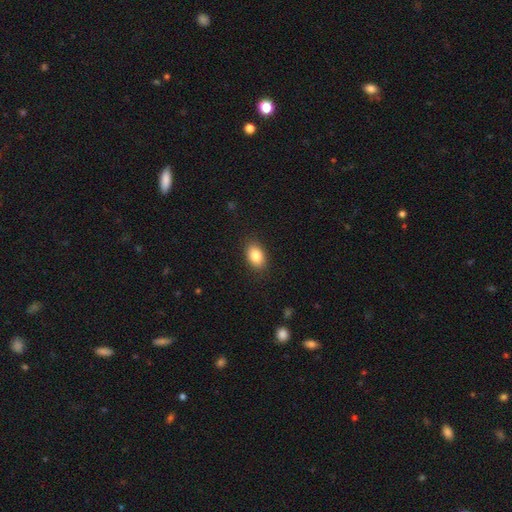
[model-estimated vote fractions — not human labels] This appears to be a smooth galaxy with no disk features (85%) that is in between round and cigar-shaped (85%). Merging: none (88%).